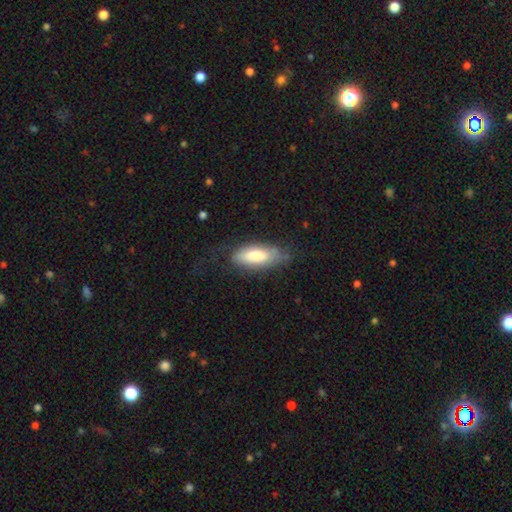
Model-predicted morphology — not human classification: This appears to be a smooth galaxy with no disk features (73%) that is in between round and cigar-shaped (77%). Merging: none (60%).